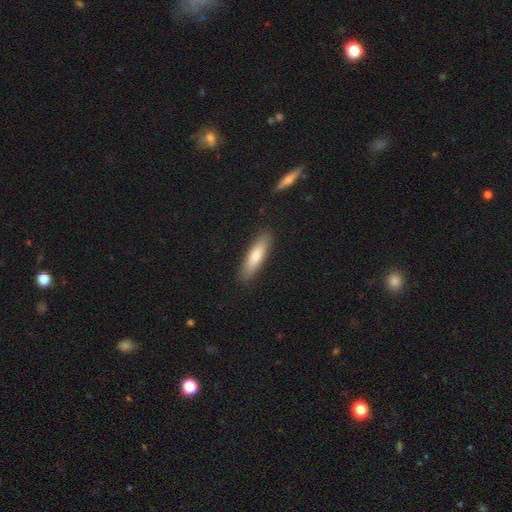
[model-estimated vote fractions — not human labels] A smooth galaxy with no disk features (73%) that is cigar-shaped (73%). Merging: none (88%).